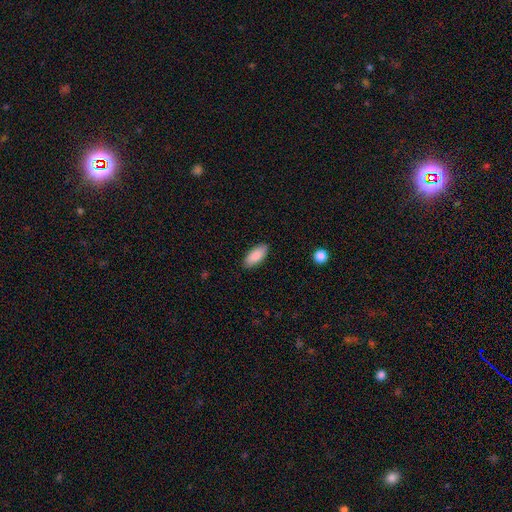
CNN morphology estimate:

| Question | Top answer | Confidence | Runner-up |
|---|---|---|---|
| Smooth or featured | smooth | 89% | star or artifact (6%) |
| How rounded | in between | 87% | cigar-shaped (11%) |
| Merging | none | 88% | minor disturbance (9%) |